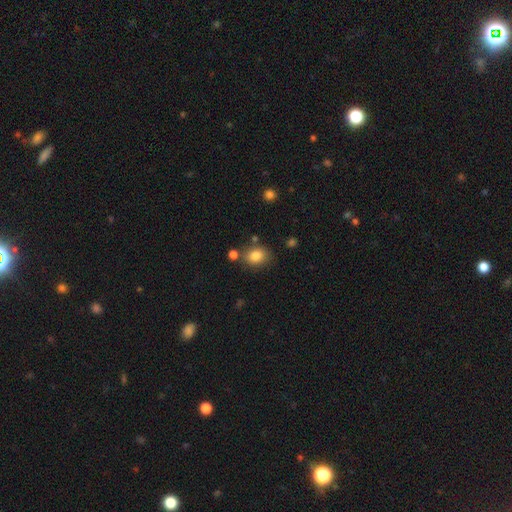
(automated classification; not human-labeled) A smooth galaxy with no disk features (83%) that is in between round and cigar-shaped (53%). Merging: none (73%).